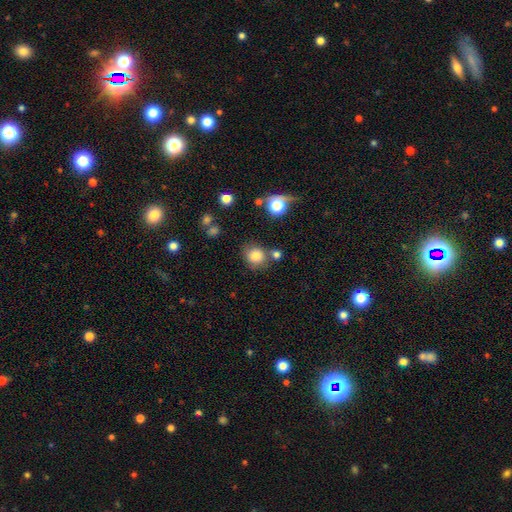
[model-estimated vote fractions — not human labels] smooth_or_featured: smooth (p=0.82) [alt: star or artifact p=0.11]
how_rounded: round (p=0.81) [alt: in between p=0.18]
merging: none (p=0.70) [alt: minor disturbance p=0.13]